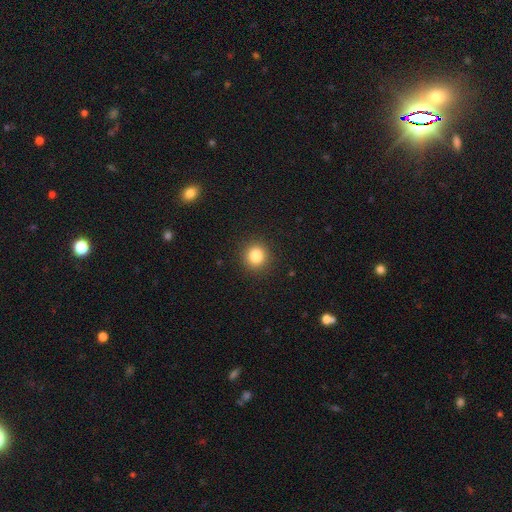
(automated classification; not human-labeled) Smooth or featured? Predicted: smooth (p=0.84). How rounded? Predicted: round (p=0.92). Merging? Predicted: none (p=0.91).